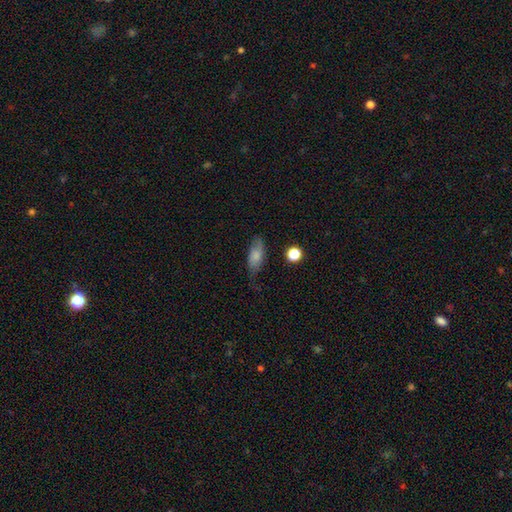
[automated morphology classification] Smooth or featured: smooth — 74% (featured or disk — 17%)
How rounded: in between — 83% (cigar-shaped — 12%)
Merging: none — 63% (minor disturbance — 27%)